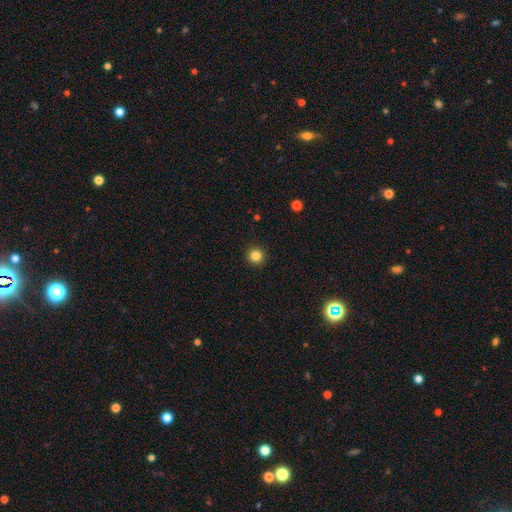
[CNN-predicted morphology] The model was most divided on "smooth or featured": smooth: 83%, star or artifact: 12%, featured or disk: 4%. More confident: how rounded — round (95%); merging — none (93%).